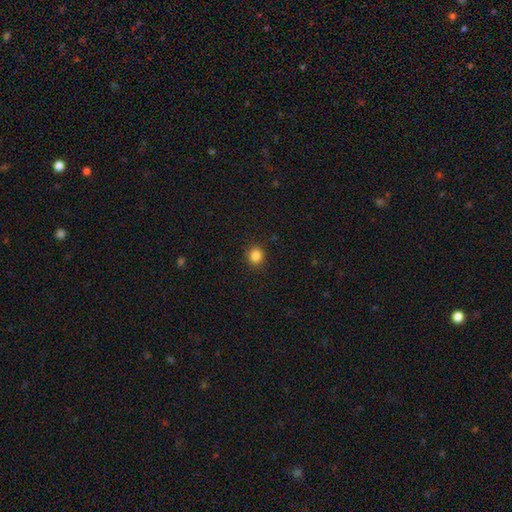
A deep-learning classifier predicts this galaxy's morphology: Overall: smooth (84%). How rounded: round (85%). Merging: none (91%).